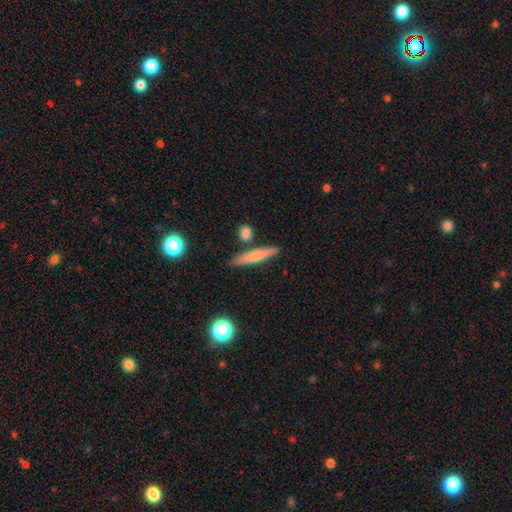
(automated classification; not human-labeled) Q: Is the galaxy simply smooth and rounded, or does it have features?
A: smooth — 67%.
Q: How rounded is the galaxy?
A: cigar-shaped — 90%.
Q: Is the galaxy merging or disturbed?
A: none — 83%.